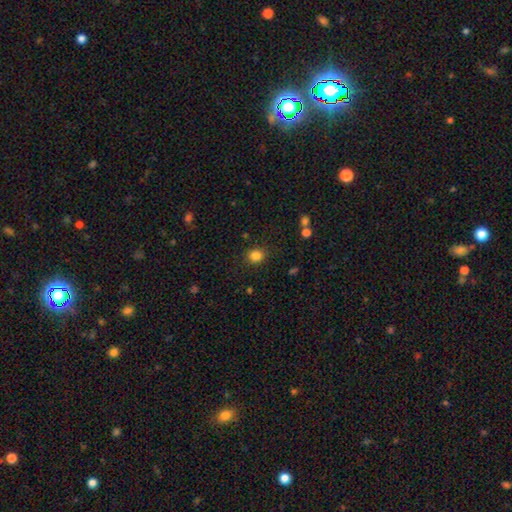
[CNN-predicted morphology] smooth 84%, star or artifact 12%, featured or disk 4%. Down the decision tree: how rounded — round (72%); merging — none (85%).